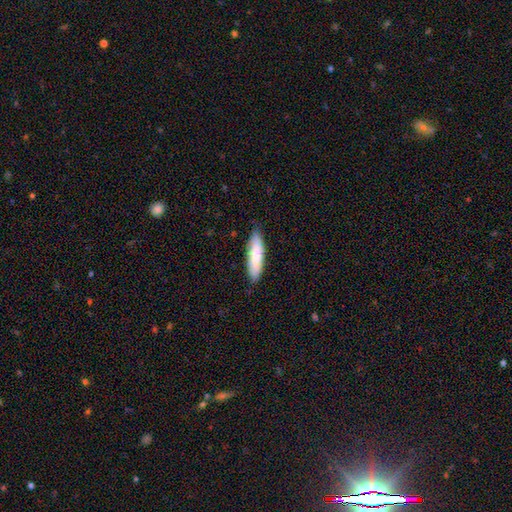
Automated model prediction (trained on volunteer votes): Smooth or featured?
  - smooth: 79% *
  - featured or disk: 16%
  - star or artifact: 5%
How rounded?
  - cigar-shaped: 65% *
  - in between: 34%
  - round: 1%
Merging?
  - none: 85% *
  - minor disturbance: 12%
  - major disturbance: 2%
  - merger: 1%